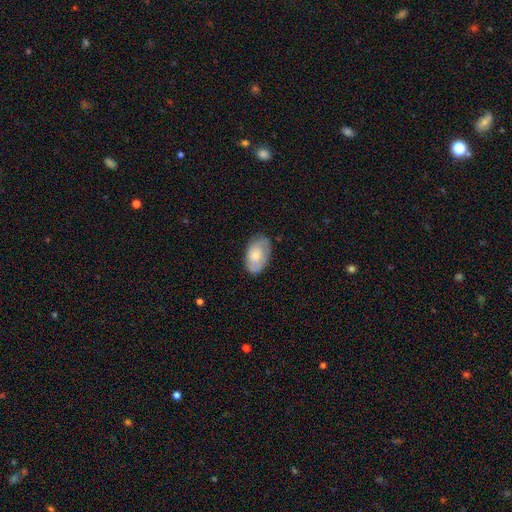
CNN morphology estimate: Overall: smooth (56%; featured or disk 38%). How rounded: in between (92%). Merging: none (73%).